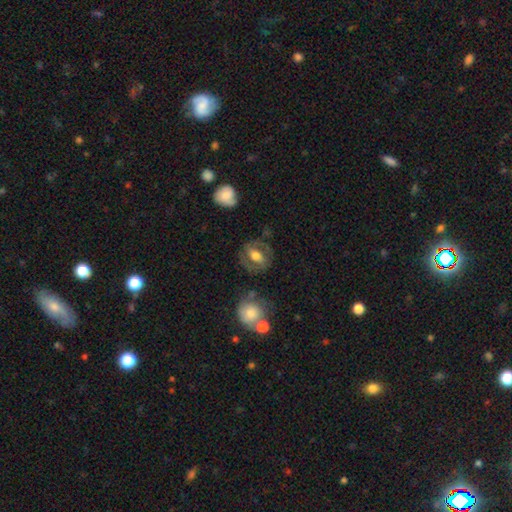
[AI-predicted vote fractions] Overall: featured or disk (54%; smooth 39%). Edge-on disk: no (93%). Merging: none (70%).